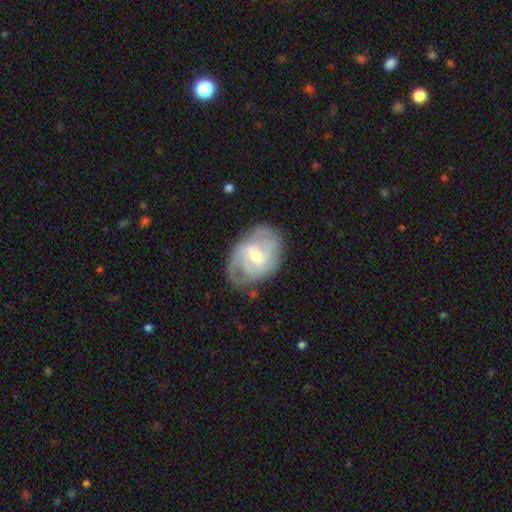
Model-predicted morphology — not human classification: Smooth or featured? Predicted: featured or disk (p=0.80). Edge-on disk? Predicted: no (p=0.96). Bar? Predicted: weak (p=0.51). Spiral arms? Predicted: yes (p=0.90). Spiral winding? Predicted: tight (p=0.49). Spiral arm count? Predicted: 2 (p=0.39). Bulge size? Predicted: moderate (p=0.62). Merging? Predicted: none (p=0.68).